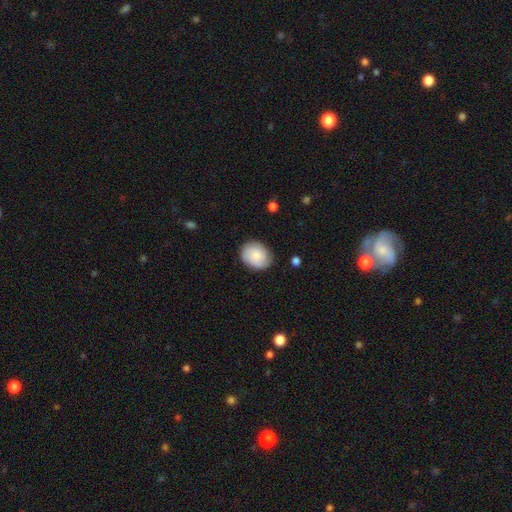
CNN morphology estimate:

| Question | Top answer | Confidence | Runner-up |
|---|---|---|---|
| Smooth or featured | smooth | 76% | featured or disk (17%) |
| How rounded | round | 52% | in between (47%) |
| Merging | none | 80% | minor disturbance (15%) |